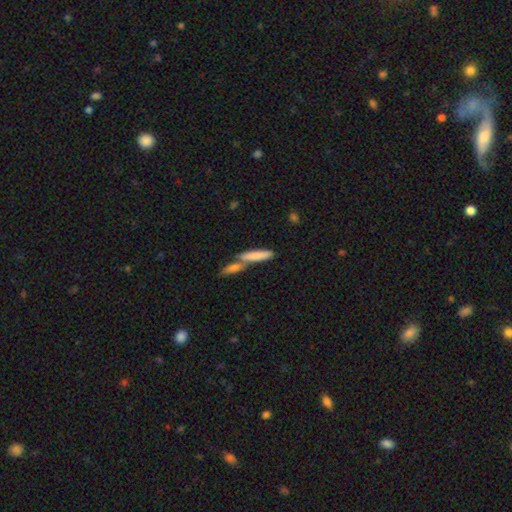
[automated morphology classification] smooth 76%, featured or disk 17%, star or artifact 7%. Down the decision tree: how rounded — cigar-shaped (77%); merging — none (44%, tied with merger).